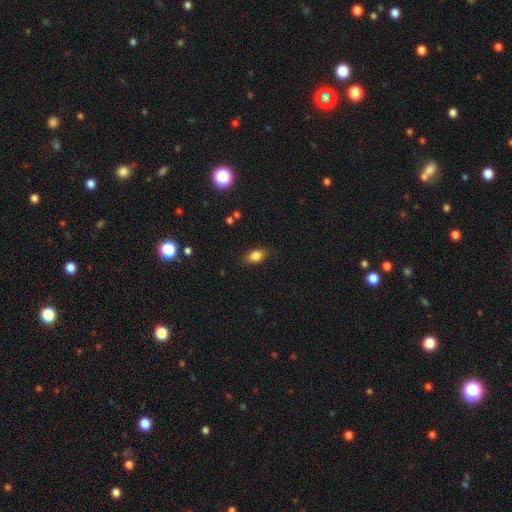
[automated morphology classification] smooth 82%, star or artifact 9%, featured or disk 8%. Down the decision tree: how rounded — in between (83%); merging — none (81%).